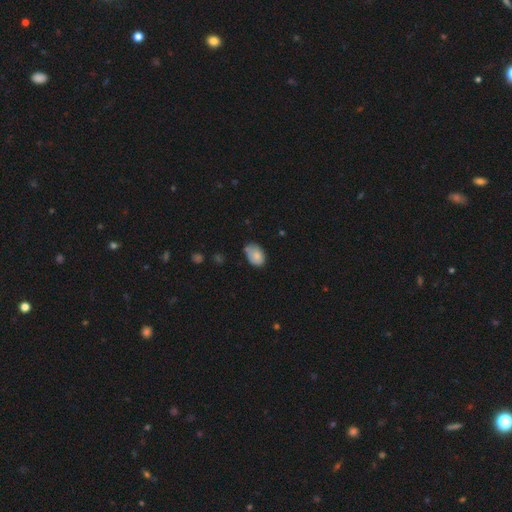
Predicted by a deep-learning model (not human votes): A smooth galaxy with no disk features (79%) that is in between round and cigar-shaped (83%). Merging: none (57%).